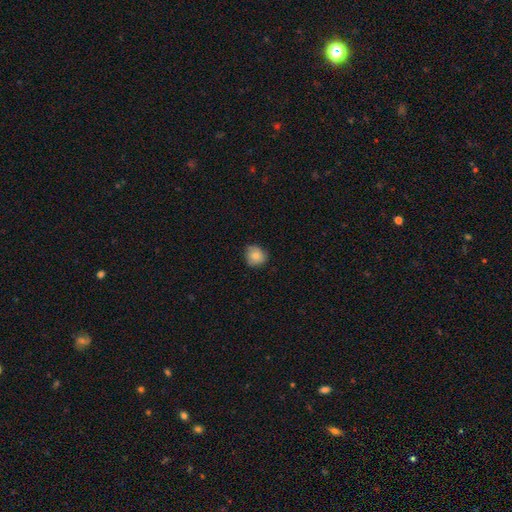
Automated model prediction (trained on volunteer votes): This is clearly a smooth galaxy (81%). How rounded: clearly round (84%). Merging: likely none (78%).